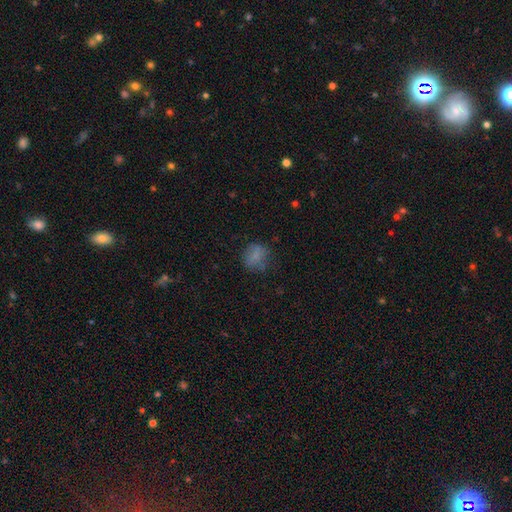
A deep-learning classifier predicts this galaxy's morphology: Smooth or featured?
  - smooth: 72% *
  - featured or disk: 15%
  - star or artifact: 13%
How rounded?
  - round: 65% *
  - in between: 33%
  - cigar-shaped: 2%
Merging?
  - none: 63% *
  - minor disturbance: 22%
  - major disturbance: 12%
  - merger: 2%